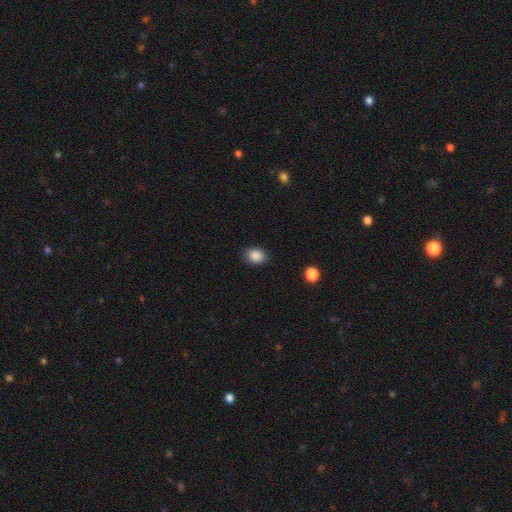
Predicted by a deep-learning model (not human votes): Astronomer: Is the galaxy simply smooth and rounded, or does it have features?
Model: smooth — 87%.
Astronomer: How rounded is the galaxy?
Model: in between — 51% (runner-up: round, 48%).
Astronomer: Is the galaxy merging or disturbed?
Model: none — 87%.